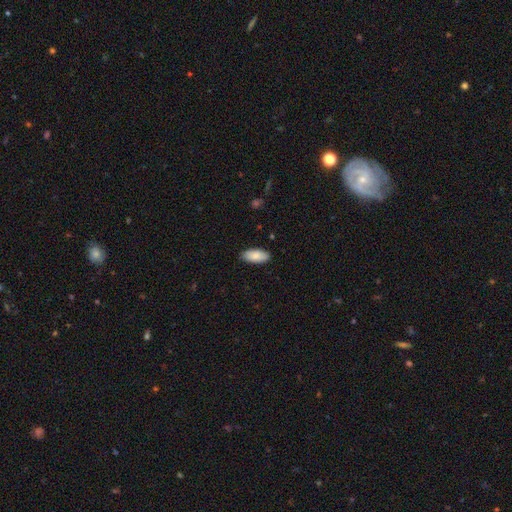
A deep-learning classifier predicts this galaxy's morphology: The model was most divided on "merging": none: 88%, minor disturbance: 9%, major disturbance: 2%, merger: 1%. More confident: how rounded — in between (89%); smooth or featured — smooth (86%).